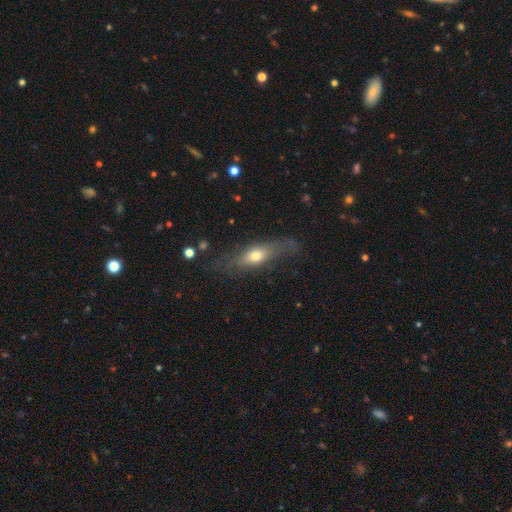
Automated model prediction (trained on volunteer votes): Smooth or featured?
  - smooth: 53% *
  - featured or disk: 39%
  - star or artifact: 8%
How rounded?
  - cigar-shaped: 49% *
  - in between: 45%
  - round: 5%
Merging?
  - none: 62% *
  - minor disturbance: 21%
  - major disturbance: 14%
  - merger: 2%